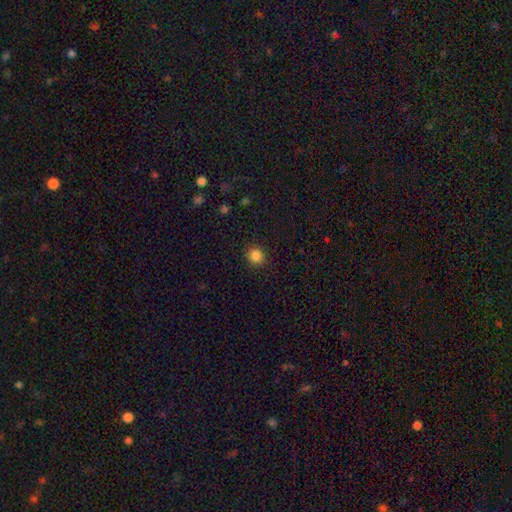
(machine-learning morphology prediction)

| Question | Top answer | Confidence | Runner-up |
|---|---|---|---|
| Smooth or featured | smooth | 85% | star or artifact (11%) |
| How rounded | round | 87% | in between (12%) |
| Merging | none | 91% | minor disturbance (6%) |